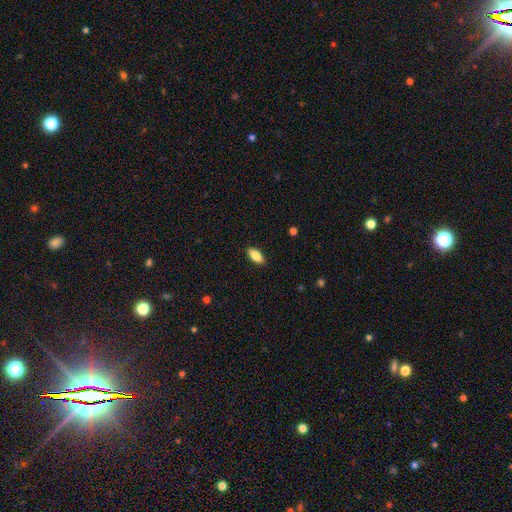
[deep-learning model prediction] smooth 81%, featured or disk 12%, star or artifact 7%. Down the decision tree: how rounded — in between (88%); merging — none (89%).